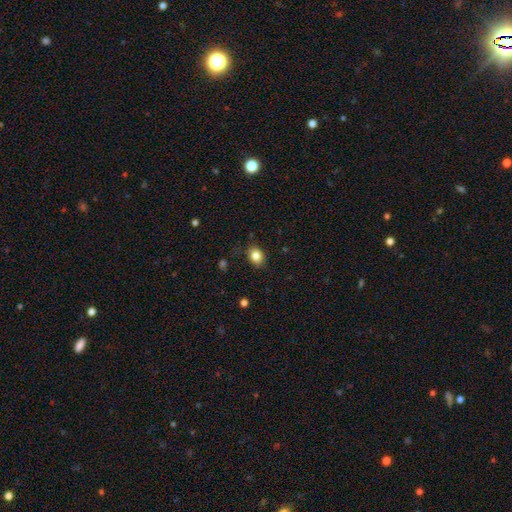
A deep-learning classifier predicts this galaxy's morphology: This appears to be a smooth galaxy with no disk features (83%) that is in between round and cigar-shaped (56%). Merging: none (81%).